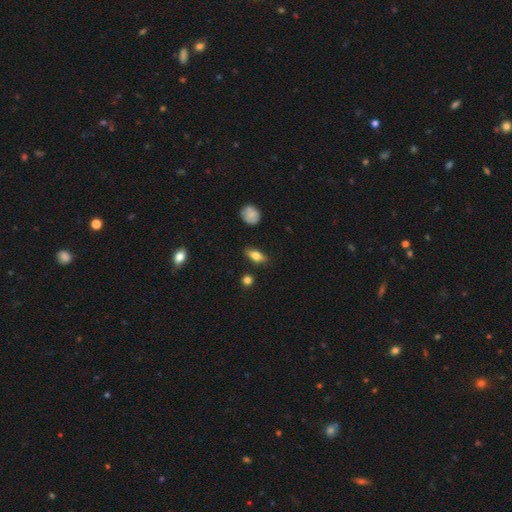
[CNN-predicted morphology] Smooth or featured? smooth (70%)
How rounded? in between (73%)
Merging? none (82%)